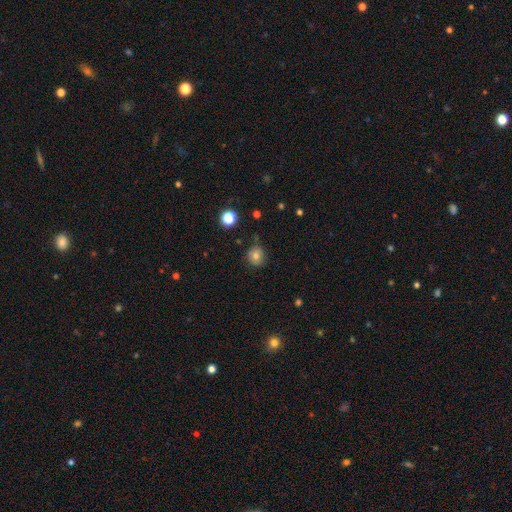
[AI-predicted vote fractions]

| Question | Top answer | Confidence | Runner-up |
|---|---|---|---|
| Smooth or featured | smooth | 76% | star or artifact (13%) |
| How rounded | round | 89% | in between (10%) |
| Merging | none | 78% | minor disturbance (16%) |